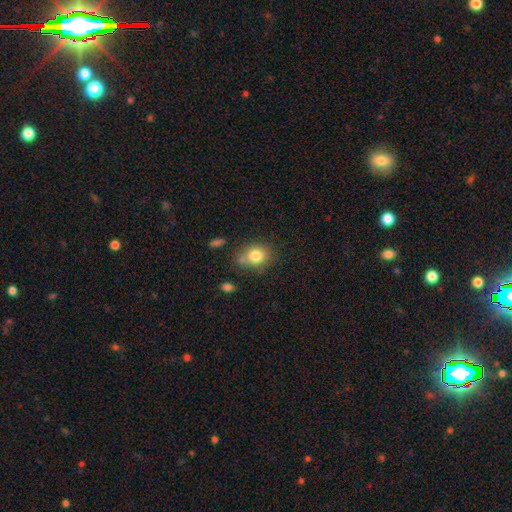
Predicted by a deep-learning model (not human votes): Overall: smooth (80%). How rounded: round (52%; in between 47%). Merging: none (64%).